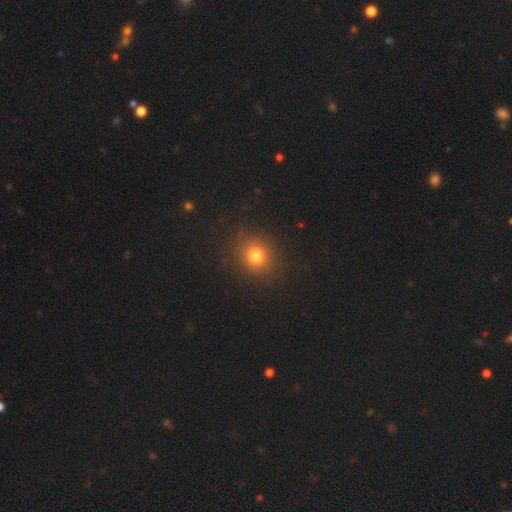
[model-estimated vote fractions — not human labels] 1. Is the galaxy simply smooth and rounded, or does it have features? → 77% smooth, 16% star or artifact, 6% featured or disk.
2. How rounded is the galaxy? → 83% round, 16% in between, 1% cigar-shaped.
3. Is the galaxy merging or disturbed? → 88% none, 7% minor disturbance, 3% major disturbance, 1% merger.